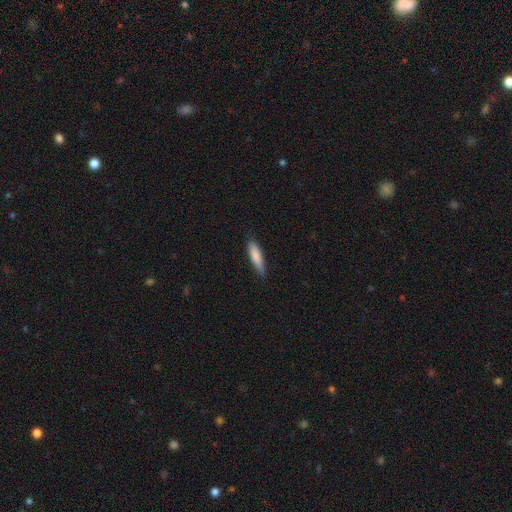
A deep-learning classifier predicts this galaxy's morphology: Q: Smooth or featured?
A: smooth (83%); runner-up: featured or disk (11%)
Q: How rounded?
A: cigar-shaped (75%); runner-up: in between (23%)
Q: Merging?
A: none (81%); runner-up: minor disturbance (16%)